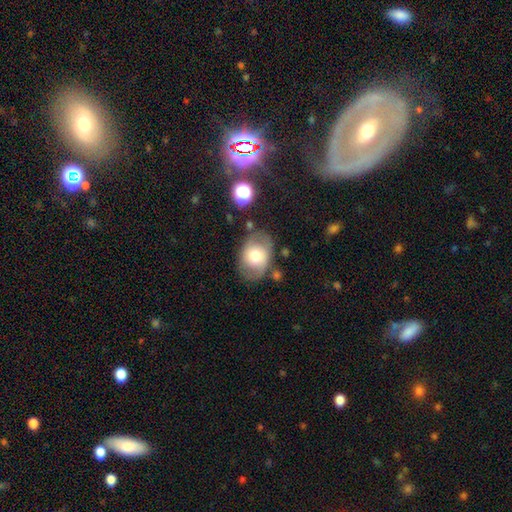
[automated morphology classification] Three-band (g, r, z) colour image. It shows a smooth galaxy with no disk features (62%) that is in between round and cigar-shaped (67%). Merging: none (66%).